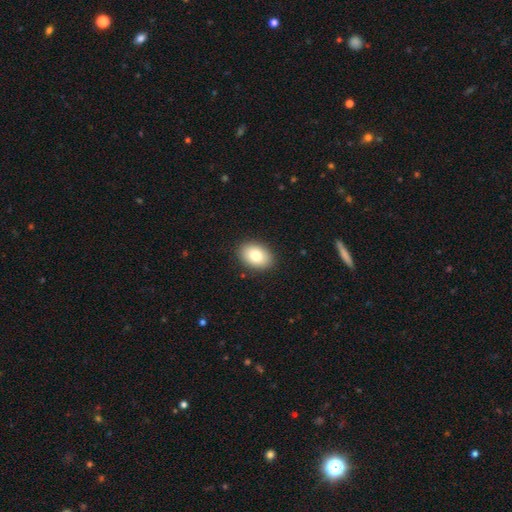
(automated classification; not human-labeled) smooth_or_featured: smooth (p=0.82) [alt: featured or disk p=0.10]
how_rounded: in between (p=0.79) [alt: round p=0.20]
merging: none (p=0.89) [alt: minor disturbance p=0.08]